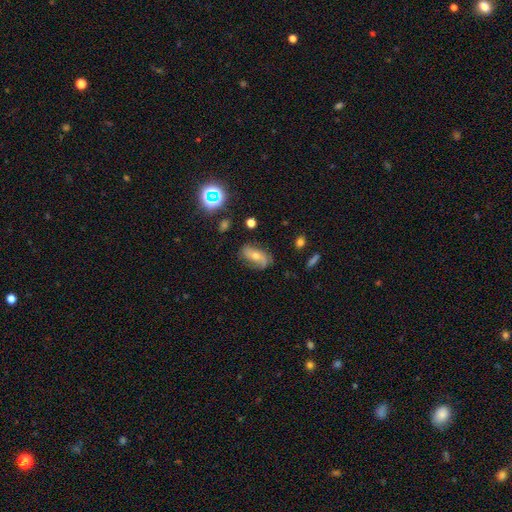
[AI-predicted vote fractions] smooth_or_featured: featured or disk (p=0.56) [alt: smooth p=0.29]
disk_edge_on: no (p=0.87) [alt: yes p=0.13]
merging: none (p=0.72) [alt: minor disturbance p=0.20]